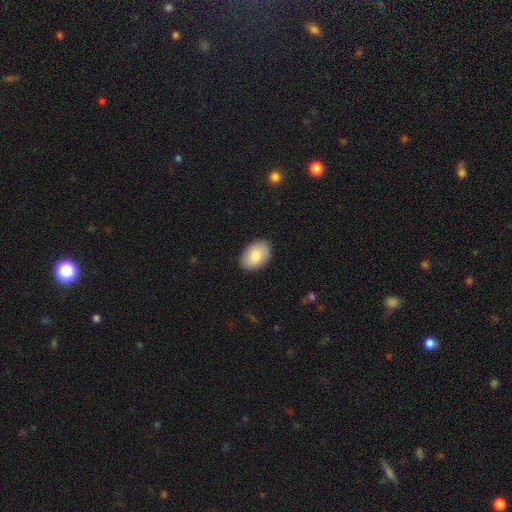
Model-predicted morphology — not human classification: This appears to be a smooth galaxy with no disk features (82%) that is in between round and cigar-shaped (86%). Merging: none (88%).